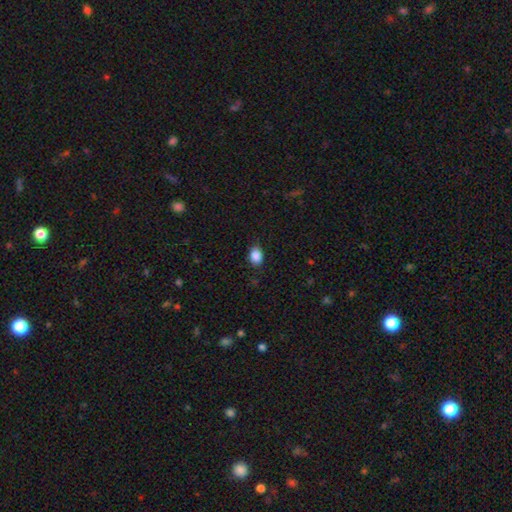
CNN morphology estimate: Smooth or featured: smooth — 88% (star or artifact — 9%)
How rounded: in between — 70% (round — 29%)
Merging: none — 81% (minor disturbance — 15%)